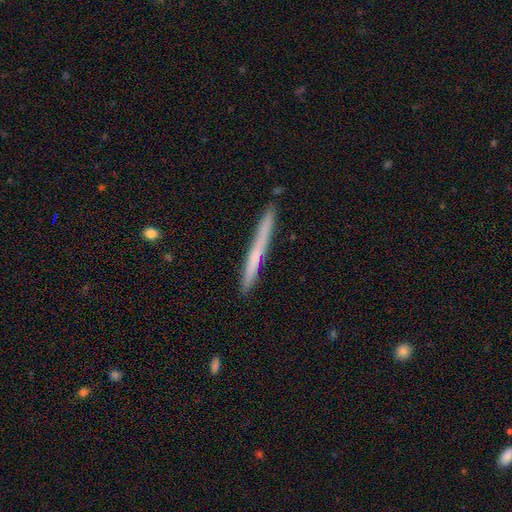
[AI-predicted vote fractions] The model was most divided on "smooth or featured": smooth: 53%, featured or disk: 41%, star or artifact: 6%. More confident: how rounded — cigar-shaped (97%); merging — none (90%).